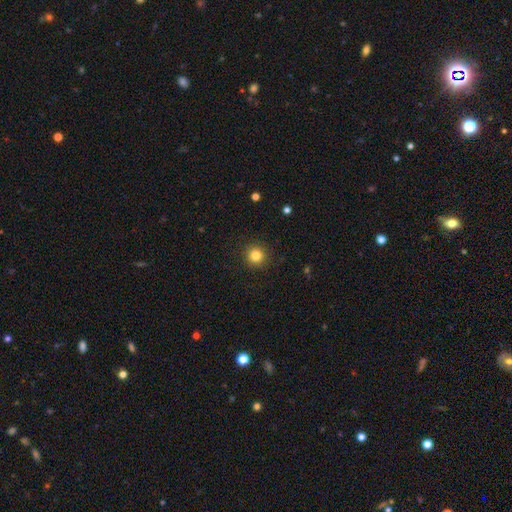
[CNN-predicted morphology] smooth 82%, star or artifact 12%, featured or disk 6%. Down the decision tree: how rounded — round (95%); merging — none (92%).